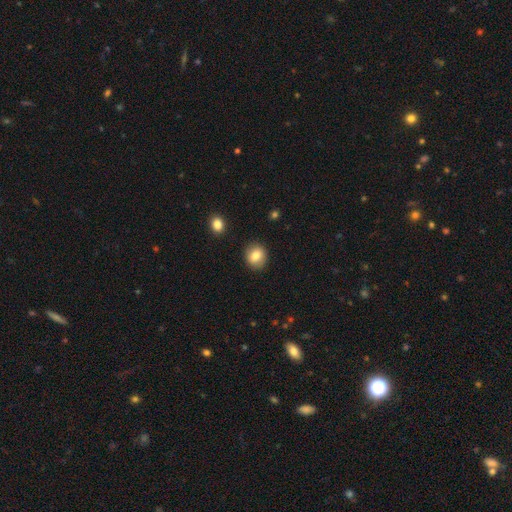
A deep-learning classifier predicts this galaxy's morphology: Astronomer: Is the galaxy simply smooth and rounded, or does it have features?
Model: smooth — 83%.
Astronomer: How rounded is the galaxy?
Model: round — 78%.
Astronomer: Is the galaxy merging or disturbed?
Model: none — 88%.